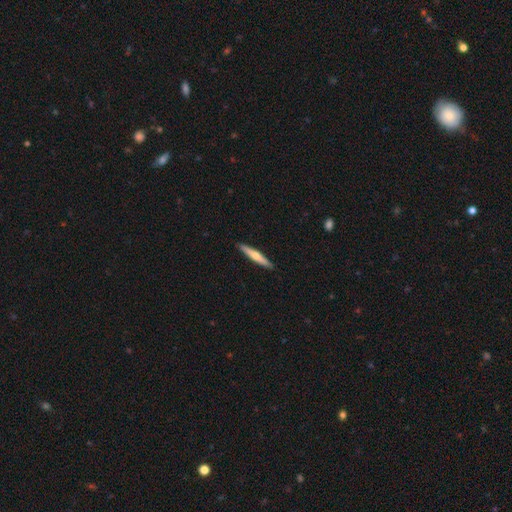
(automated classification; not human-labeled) The model was most divided on "smooth or featured": featured or disk: 49%, smooth: 46%, star or artifact: 5%. More confident: merging — none (91%).